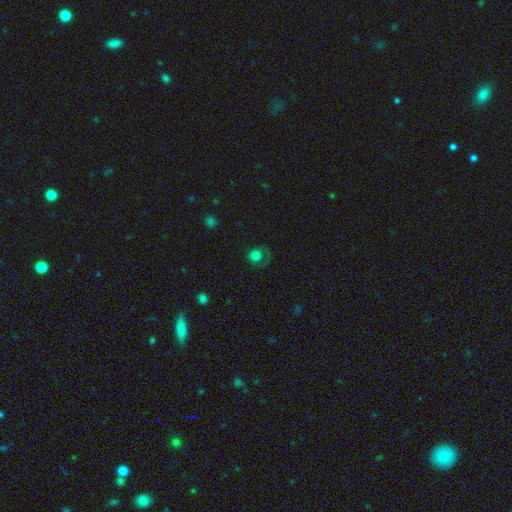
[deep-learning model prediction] Q: Smooth or featured?
A: smooth (72%); runner-up: featured or disk (15%)
Q: How rounded?
A: round (82%); runner-up: in between (18%)
Q: Merging?
A: none (65%); runner-up: minor disturbance (19%)